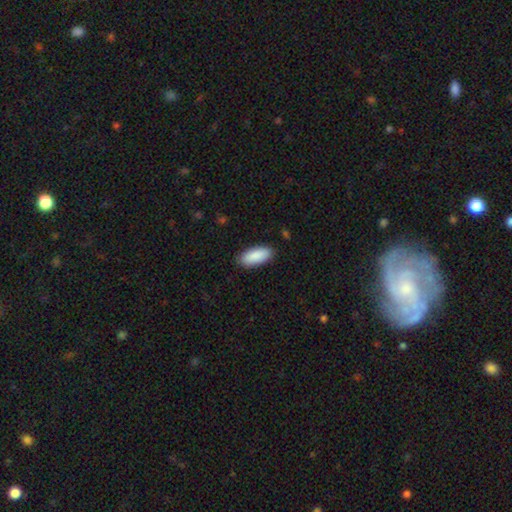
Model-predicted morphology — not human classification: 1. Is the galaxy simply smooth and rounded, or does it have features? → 90% smooth, 6% star or artifact, 4% featured or disk.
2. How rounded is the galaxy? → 86% in between, 12% cigar-shaped, 2% round.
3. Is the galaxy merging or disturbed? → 87% none, 10% minor disturbance, 2% major disturbance, 1% merger.